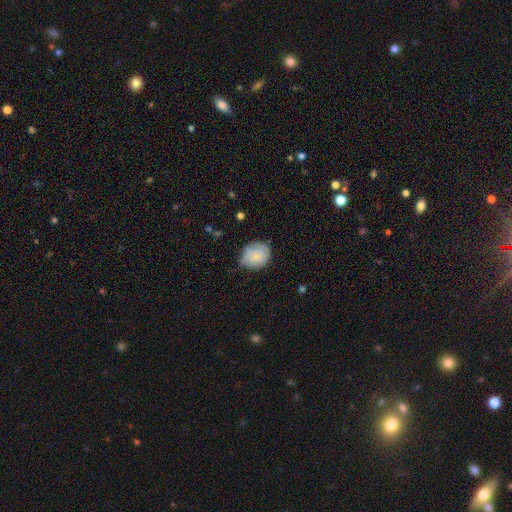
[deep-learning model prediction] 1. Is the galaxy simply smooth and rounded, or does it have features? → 73% smooth, 20% featured or disk, 7% star or artifact.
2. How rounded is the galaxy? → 66% round, 33% in between, 1% cigar-shaped.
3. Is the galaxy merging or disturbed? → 45% none, 42% minor disturbance, 10% major disturbance, 2% merger.